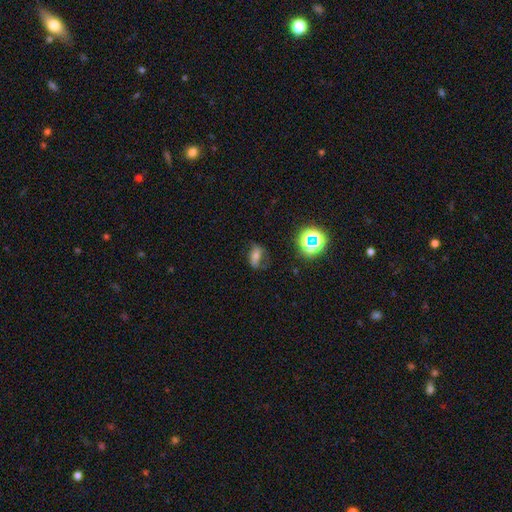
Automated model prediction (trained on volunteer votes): Smooth or featured? Predicted: smooth (p=0.46). Merging? Predicted: none (p=0.57).